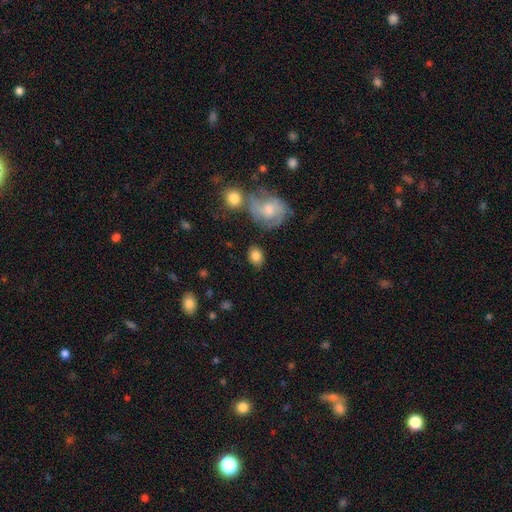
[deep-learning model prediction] This is clearly a smooth galaxy (81%). How rounded: likely in between (61%). Merging: likely none (80%).